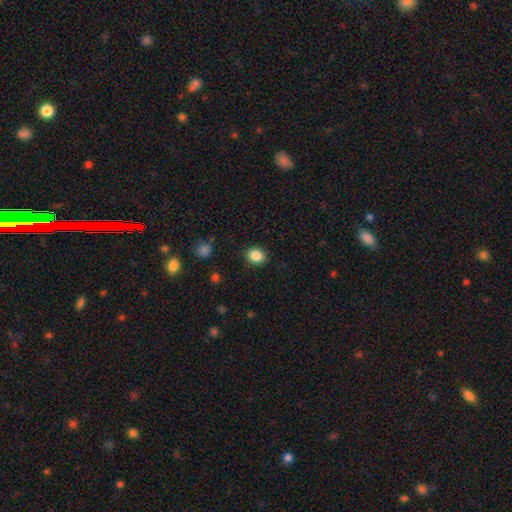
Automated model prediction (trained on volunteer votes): The model was most divided on "how rounded": round: 63%, in between: 36%, cigar-shaped: 1%. More confident: merging — none (89%); smooth or featured — smooth (86%).